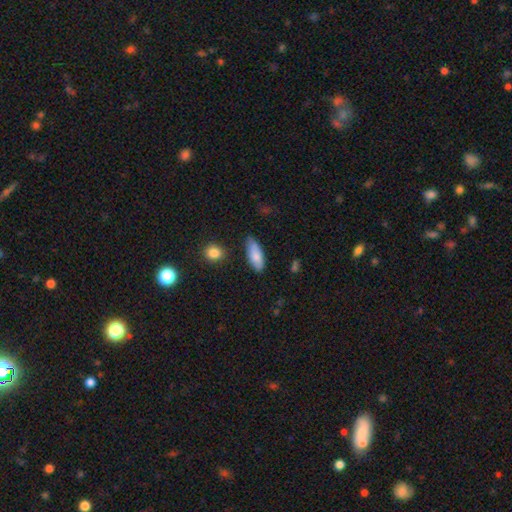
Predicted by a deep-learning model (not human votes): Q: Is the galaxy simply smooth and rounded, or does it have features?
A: smooth — 80%.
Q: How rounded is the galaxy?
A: in between — 78%.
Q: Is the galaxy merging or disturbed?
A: none — 73%.